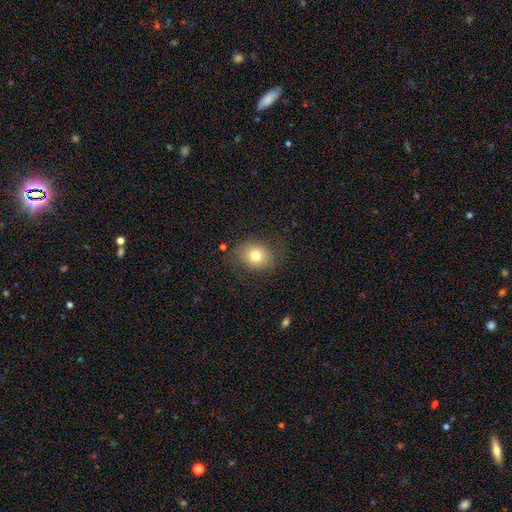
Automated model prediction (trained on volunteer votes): Overall: smooth (78%). How rounded: round (59%; in between 40%). Merging: none (80%).